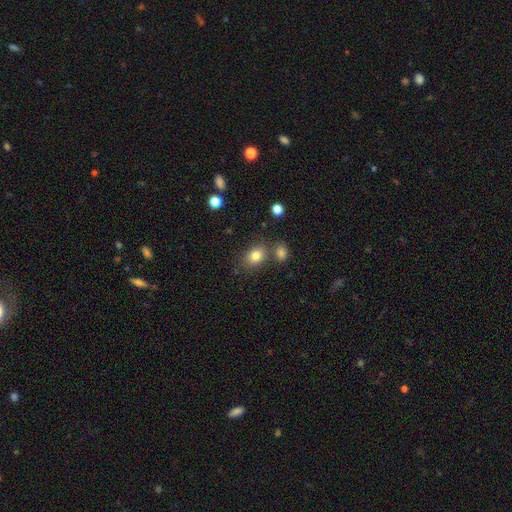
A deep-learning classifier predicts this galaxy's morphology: A smooth galaxy with no disk features (81%) that is in between round and cigar-shaped (66%).

Vote fractions:
- Smooth or featured? smooth: 81% / star or artifact: 11% / featured or disk: 9%
- How rounded? in between: 66% / round: 32% / cigar-shaped: 1%
- Merging? none: 68% / merger: 15% / minor disturbance: 13% / major disturbance: 4%